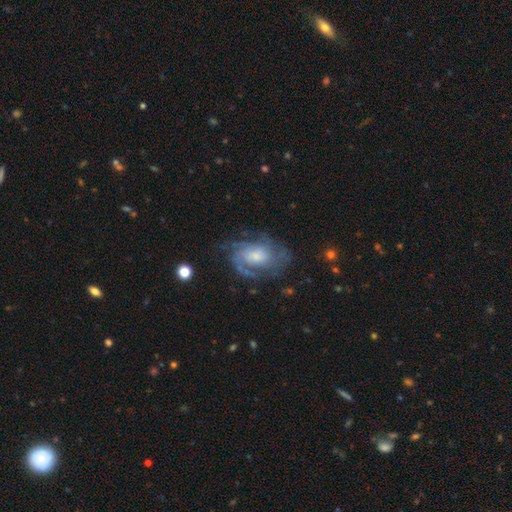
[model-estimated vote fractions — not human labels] A featured or disk galaxy (83%) with no bar (62%), tight (48%) spiral arms (95%) and a moderate central bulge (42%). Merging: none (69%).